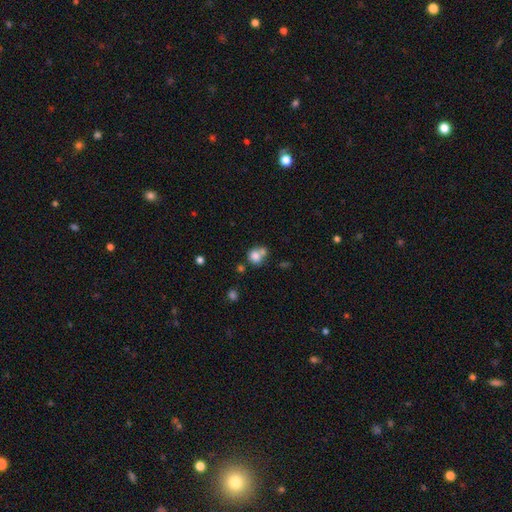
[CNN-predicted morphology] Smooth or featured: smooth — 77% (featured or disk — 12%)
How rounded: round — 74% (in between — 25%)
Merging: merger — 45% (none — 38%)